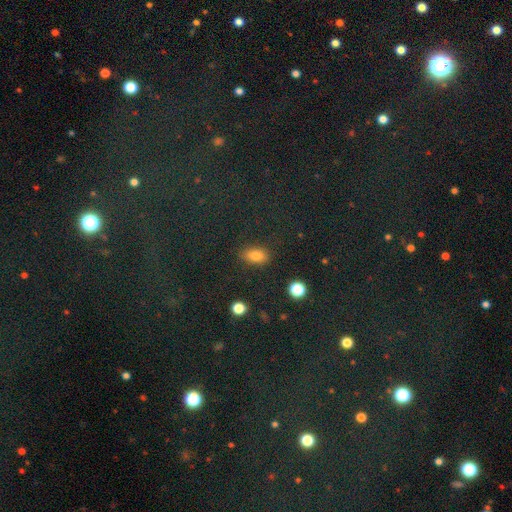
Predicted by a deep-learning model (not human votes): smooth 81%, star or artifact 12%, featured or disk 7%. Down the decision tree: how rounded — in between (85%); merging — none (85%).